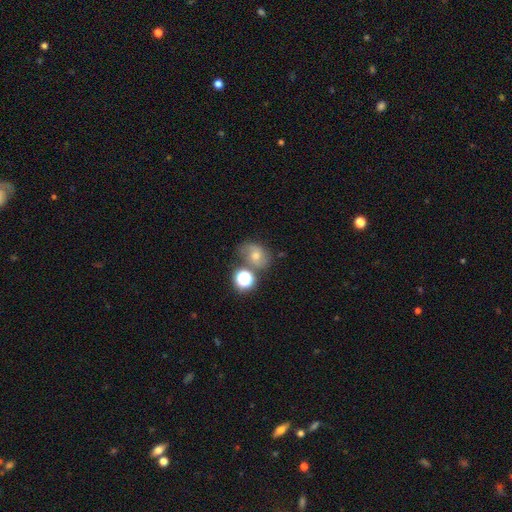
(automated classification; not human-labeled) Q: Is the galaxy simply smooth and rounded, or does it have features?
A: featured or disk — 40%.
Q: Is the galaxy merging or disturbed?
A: none — 59%.